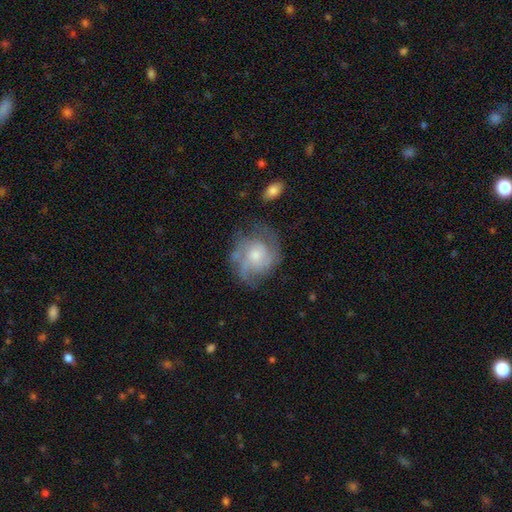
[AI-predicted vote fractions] A featured or disk galaxy (72%) with no bar (75%), medium (42%, tied with tight) spiral arms (88%) and a small central bulge (45%). Merging: none (62%).